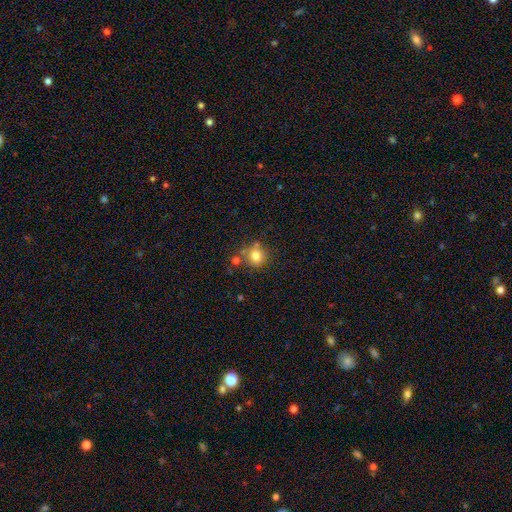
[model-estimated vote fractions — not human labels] smooth_or_featured: smooth (p=0.79) [alt: star or artifact p=0.12]
how_rounded: round (p=0.81) [alt: in between p=0.18]
merging: none (p=0.66) [alt: merger p=0.15]